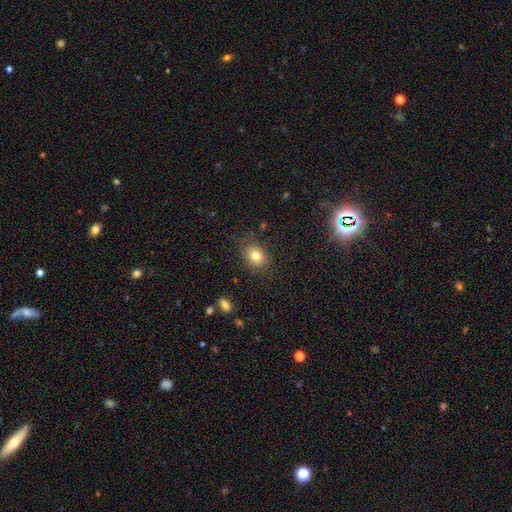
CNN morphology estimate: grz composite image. It shows a smooth galaxy with no disk features (79%) that is round (50%). Merging: none (82%).